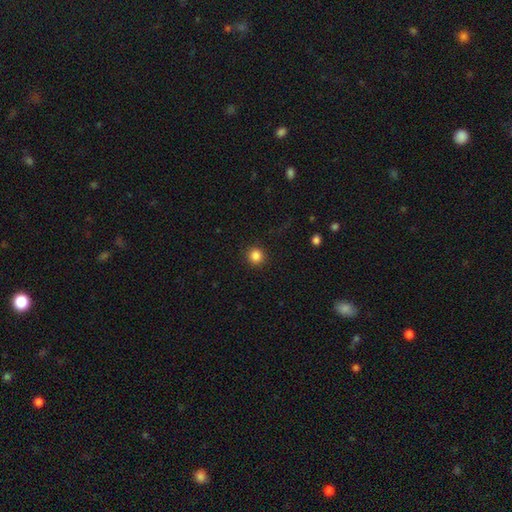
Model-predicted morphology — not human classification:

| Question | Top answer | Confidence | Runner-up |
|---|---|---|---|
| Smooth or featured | smooth | 85% | star or artifact (11%) |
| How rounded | round | 93% | in between (6%) |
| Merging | none | 91% | minor disturbance (5%) |